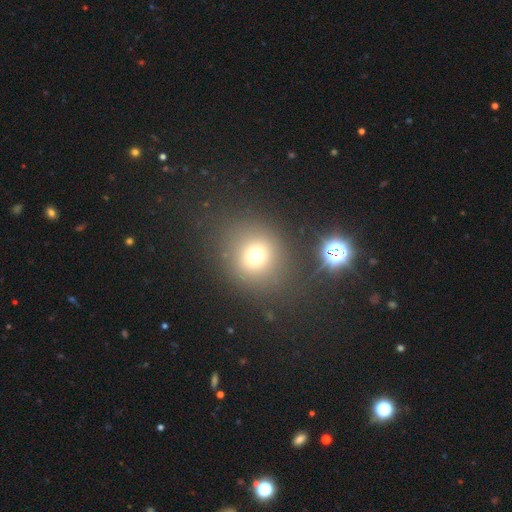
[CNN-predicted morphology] smooth 69%, star or artifact 21%, featured or disk 10%. Down the decision tree: how rounded — round (84%); merging — none (80%).